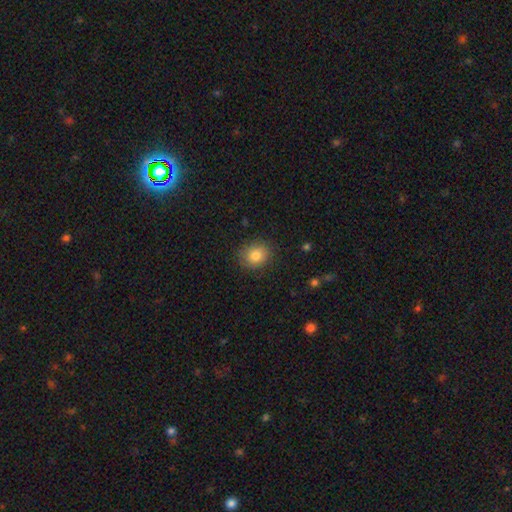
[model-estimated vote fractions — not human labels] Overall: smooth (83%). How rounded: round (62%; in between 37%). Merging: none (85%).